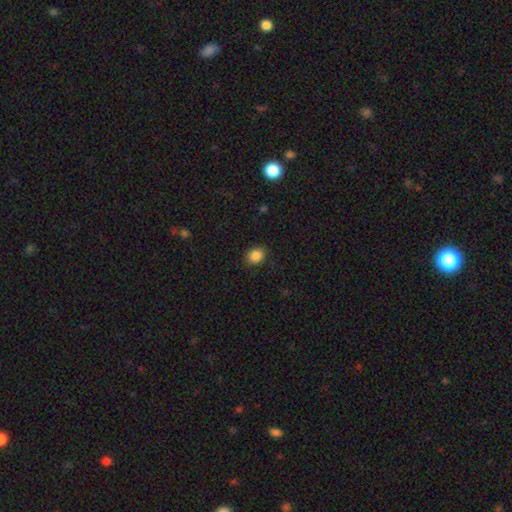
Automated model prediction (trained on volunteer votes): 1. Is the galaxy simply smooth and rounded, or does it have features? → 87% smooth, 10% star or artifact, 4% featured or disk.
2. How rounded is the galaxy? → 54% round, 45% in between, 1% cigar-shaped.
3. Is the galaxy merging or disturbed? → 89% none, 8% minor disturbance, 2% major disturbance, 1% merger.